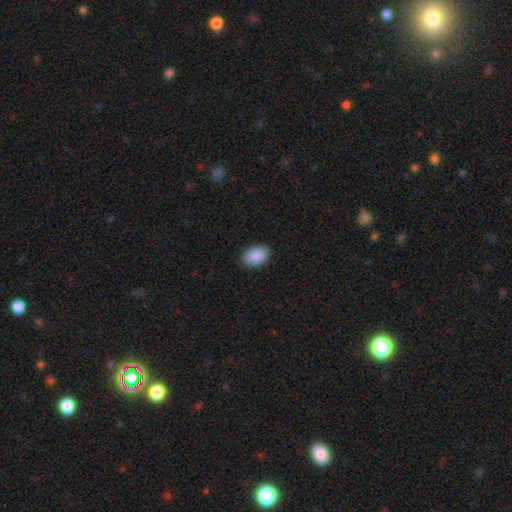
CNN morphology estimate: This appears to be a smooth galaxy with no disk features (90%) that is in between round and cigar-shaped (89%). Merging: none (86%).